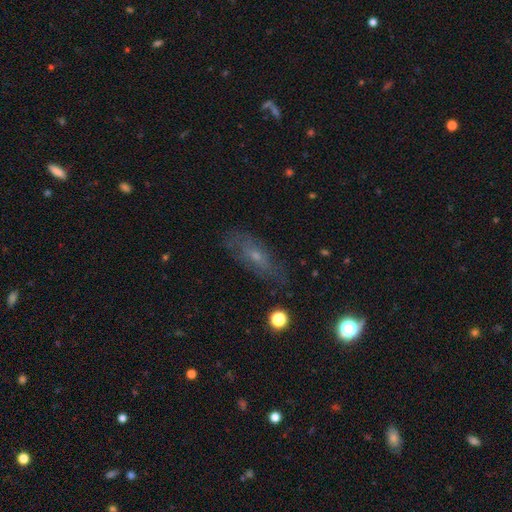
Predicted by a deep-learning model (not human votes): This is possibly a featured or disk galaxy (47%). Merging: likely none (72%).